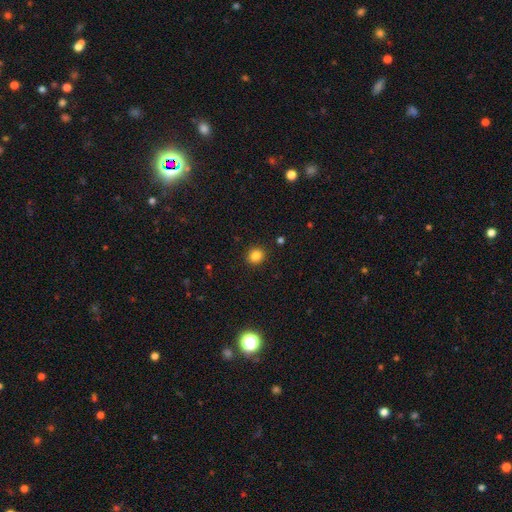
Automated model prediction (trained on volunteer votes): Smooth or featured: smooth — 84% (star or artifact — 12%)
How rounded: round — 83% (in between — 16%)
Merging: none — 91% (minor disturbance — 6%)